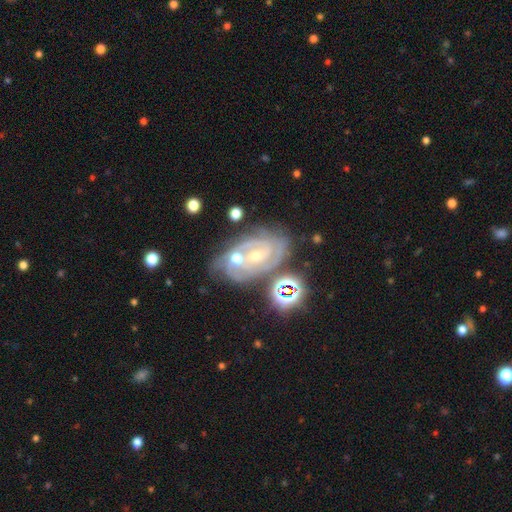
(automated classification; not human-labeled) This appears to be a featured or disk galaxy (83%) with no bar (45%), 2 (46%) tight (68%) spiral arms (97%) and a small central bulge (57%). Merging: none (62%).